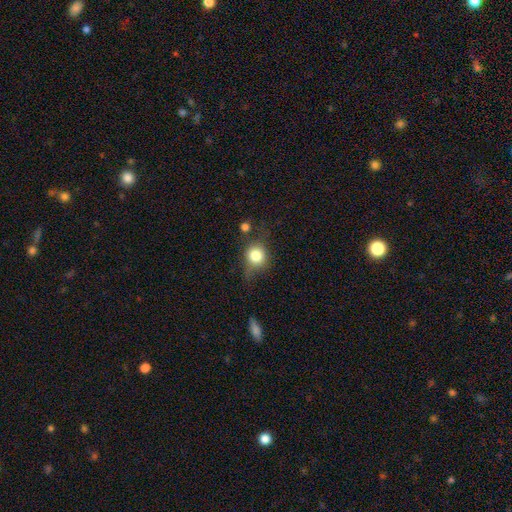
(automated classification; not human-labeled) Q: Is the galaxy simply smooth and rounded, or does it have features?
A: smooth — 76%.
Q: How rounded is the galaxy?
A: round — 81%.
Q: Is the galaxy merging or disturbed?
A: none — 58%.